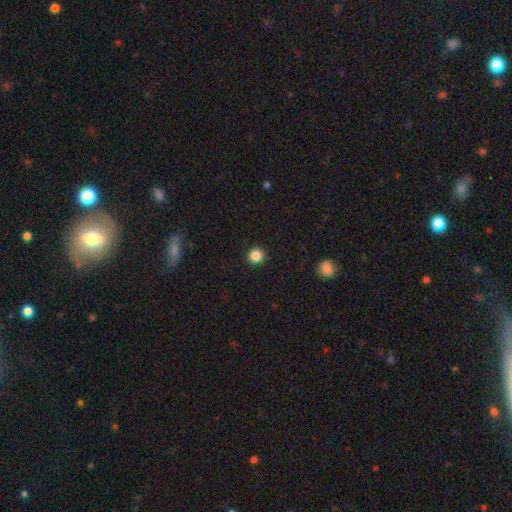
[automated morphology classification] smooth-or-featured: smooth: 85% | star or artifact: 11% | featured or disk: 4%
  how-rounded: round: 95% | in between: 4% | cigar-shaped: 1%
  merging: none: 93% | minor disturbance: 5% | major disturbance: 2% | merger: 1%